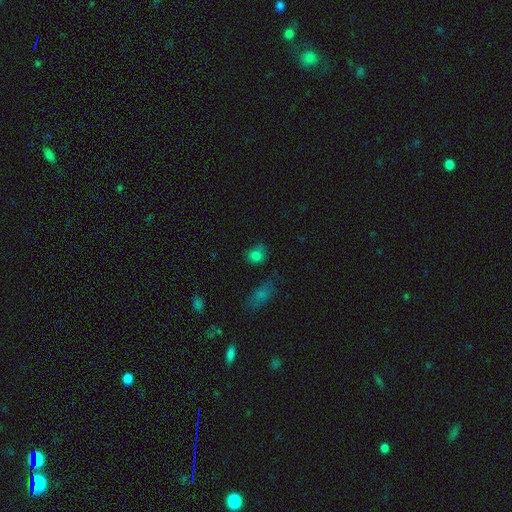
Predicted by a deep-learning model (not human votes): This appears to be a smooth galaxy with no disk features (80%) that is round (70%). Merging: none (65%).